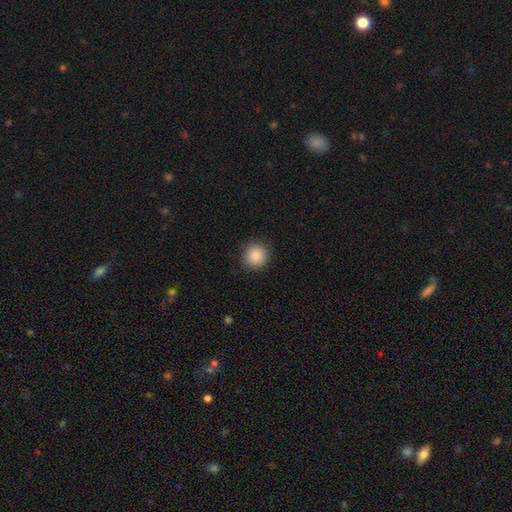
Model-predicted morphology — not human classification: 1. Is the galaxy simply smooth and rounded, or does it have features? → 86% smooth, 9% star or artifact, 5% featured or disk.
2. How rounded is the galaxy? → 93% round, 6% in between, 1% cigar-shaped.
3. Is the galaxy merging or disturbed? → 91% none, 6% minor disturbance, 2% major disturbance, 1% merger.